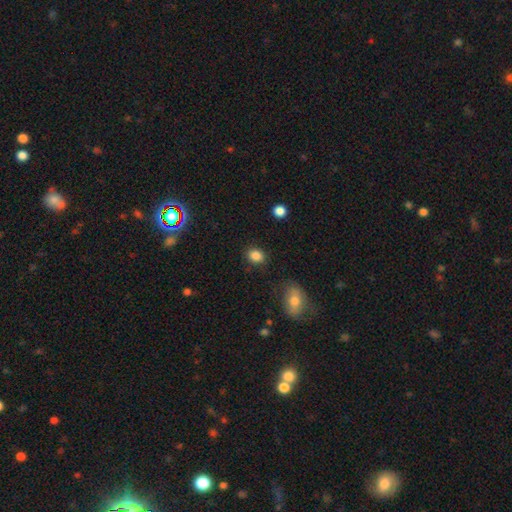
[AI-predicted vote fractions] Smooth or featured?
  - smooth: 86% *
  - star or artifact: 10%
  - featured or disk: 4%
How rounded?
  - round: 51% *
  - in between: 48%
  - cigar-shaped: 1%
Merging?
  - none: 84% *
  - minor disturbance: 11%
  - major disturbance: 3%
  - merger: 2%